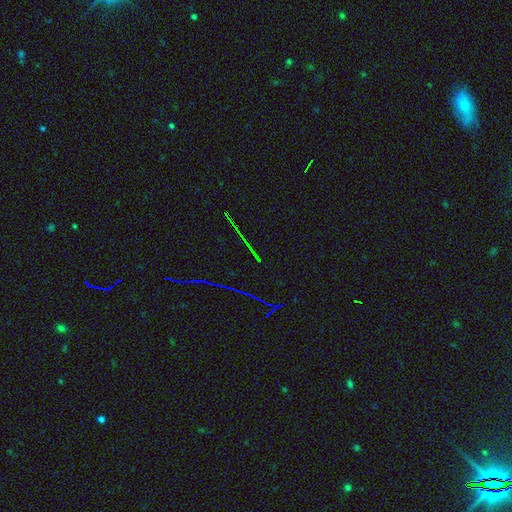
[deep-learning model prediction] This appears to be a star or artifact, not a galaxy (80%).